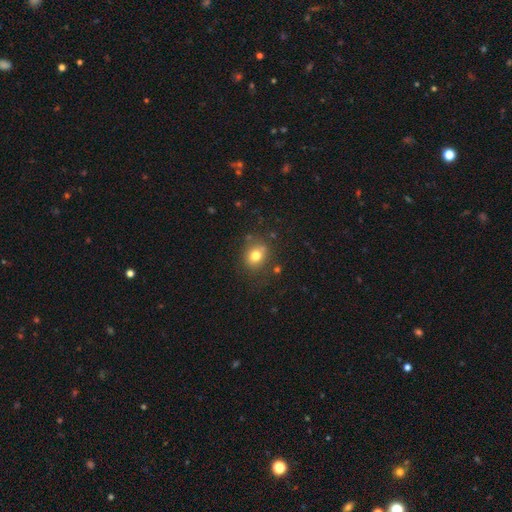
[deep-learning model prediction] Overall: smooth (77%). How rounded: round (63%; in between 36%). Merging: none (75%).